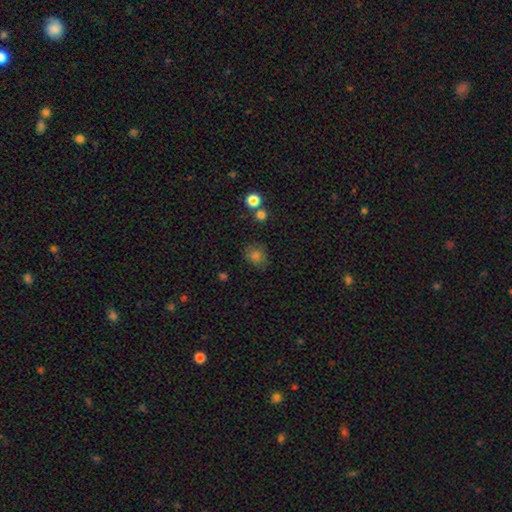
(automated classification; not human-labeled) Morphology: type=smooth (79%); roundness=round (60%); merging=none (73%).